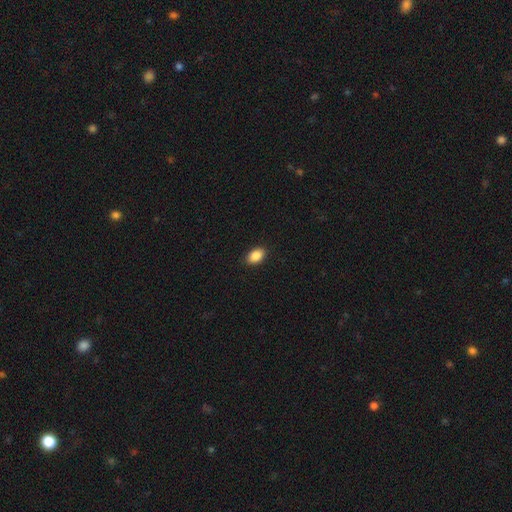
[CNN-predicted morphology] Smooth or featured? smooth (88%)
How rounded? in between (89%)
Merging? none (90%)